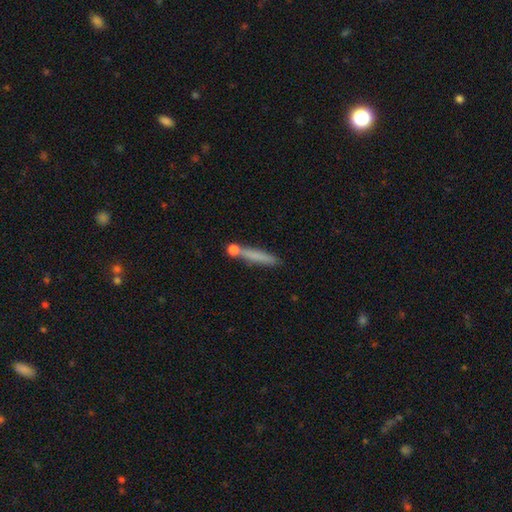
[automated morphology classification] Overall: smooth (67%). How rounded: cigar-shaped (91%). Merging: none (68%).